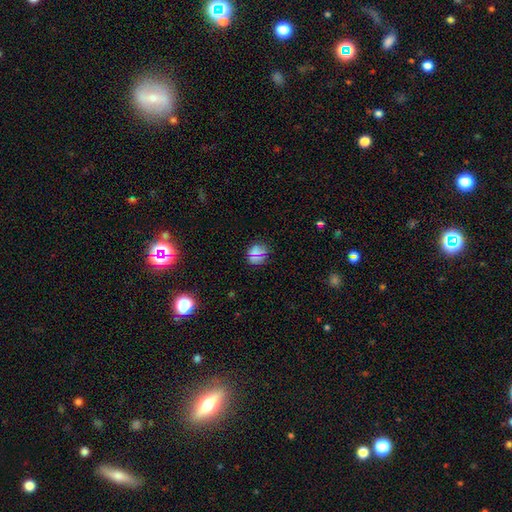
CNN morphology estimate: The model was most divided on "smooth or featured": smooth: 67%, star or artifact: 26%, featured or disk: 7%. More confident: how rounded — round (84%); merging — none (83%).